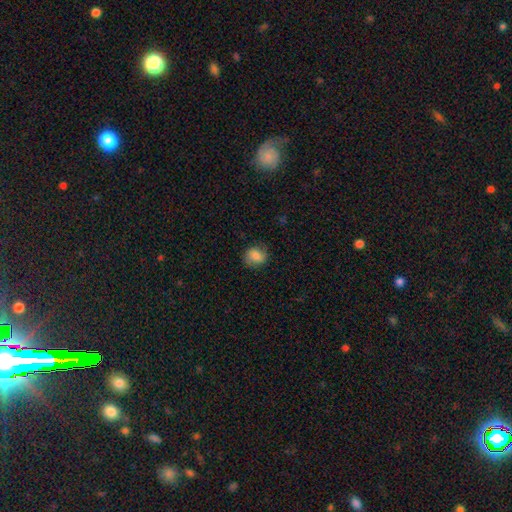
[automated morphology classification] Smooth or featured: smooth — 72% (featured or disk — 19%)
How rounded: round — 66% (in between — 32%)
Merging: none — 78% (minor disturbance — 16%)